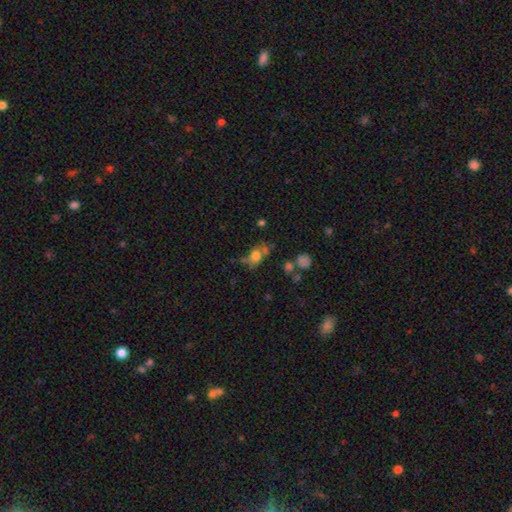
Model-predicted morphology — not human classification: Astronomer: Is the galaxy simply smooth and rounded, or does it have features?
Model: smooth — 67%.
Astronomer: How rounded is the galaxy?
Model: in between — 51% (runner-up: round, 46%).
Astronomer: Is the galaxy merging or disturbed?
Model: none — 44% (runner-up: minor disturbance, 22%).